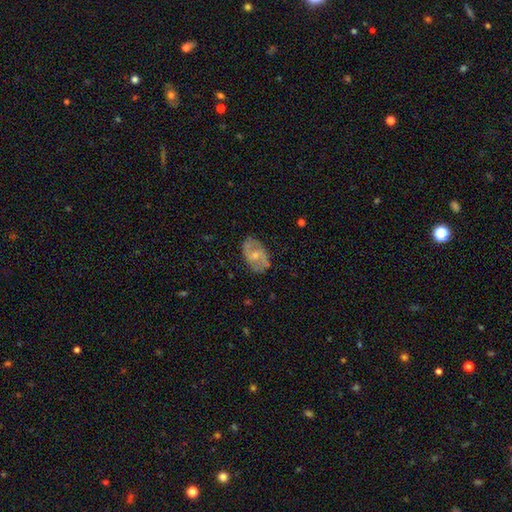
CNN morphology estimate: type=featured or disk (65%); edge-on=no (96%); bar=weak (49%); spiral arms=yes (81%); winding=medium (48%); arm count=2 (84%); bulge=small (46%); merging=none (76%).